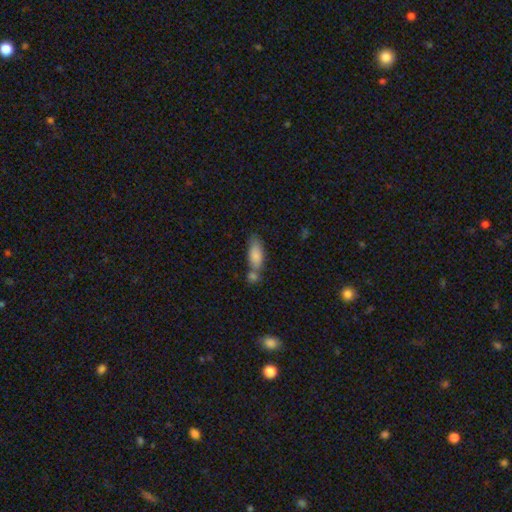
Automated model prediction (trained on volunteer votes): A smooth galaxy with no disk features (84%) that is in between round and cigar-shaped (78%). Merging: none (43%).